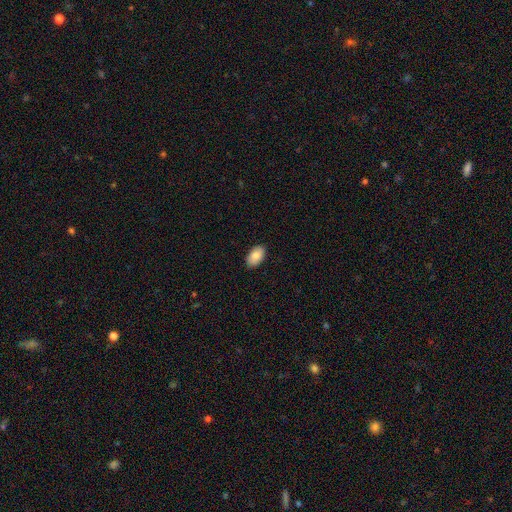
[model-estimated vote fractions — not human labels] Smooth or featured: smooth — 85% (featured or disk — 8%)
How rounded: in between — 94% (round — 4%)
Merging: none — 89% (minor disturbance — 8%)